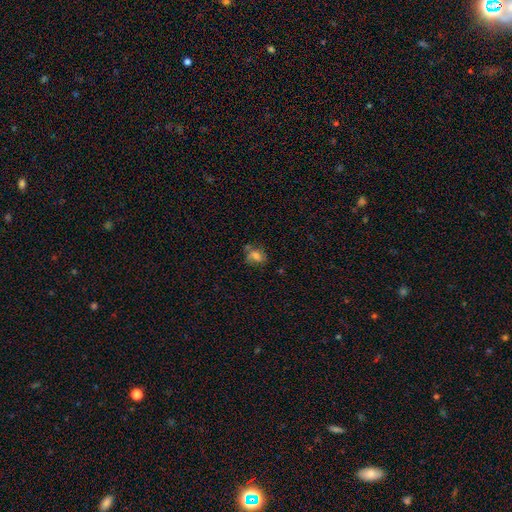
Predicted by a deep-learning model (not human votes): A smooth galaxy with no disk features (58%) that is in between round and cigar-shaped (61%).

Vote fractions:
- Smooth or featured? smooth: 58% / featured or disk: 27% / star or artifact: 15%
- How rounded? in between: 61% / round: 36% / cigar-shaped: 2%
- Merging? none: 51% / minor disturbance: 25% / major disturbance: 12% / merger: 12%